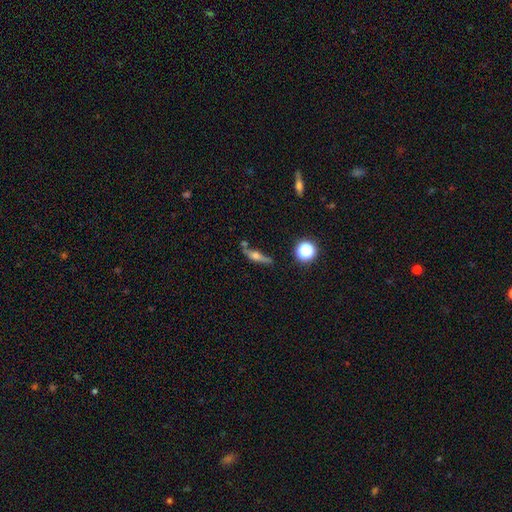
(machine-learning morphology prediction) Smooth or featured?
  - featured or disk: 48% *
  - smooth: 40%
  - star or artifact: 12%
Merging?
  - none: 60% *
  - minor disturbance: 20%
  - merger: 13%
  - major disturbance: 7%